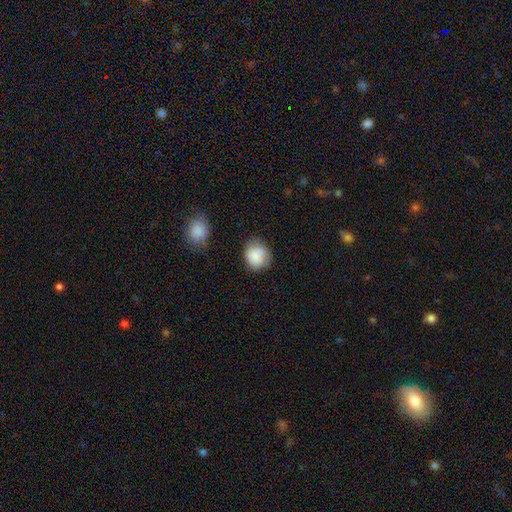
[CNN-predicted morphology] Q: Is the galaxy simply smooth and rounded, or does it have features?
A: smooth — 84%.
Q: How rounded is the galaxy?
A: round — 73%.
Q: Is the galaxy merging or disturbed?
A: none — 63%.